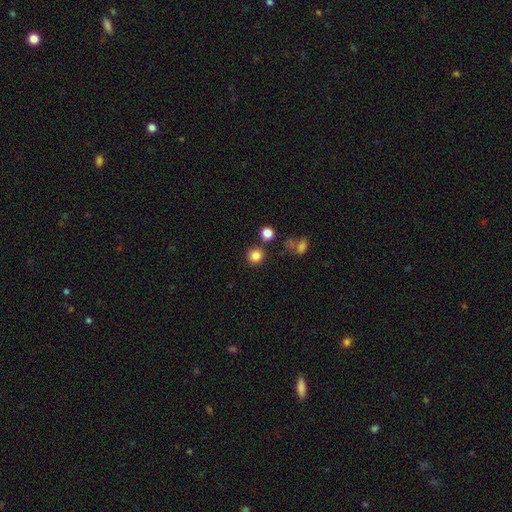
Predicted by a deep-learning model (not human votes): Overall: smooth (83%). How rounded: round (92%). Merging: none (84%).